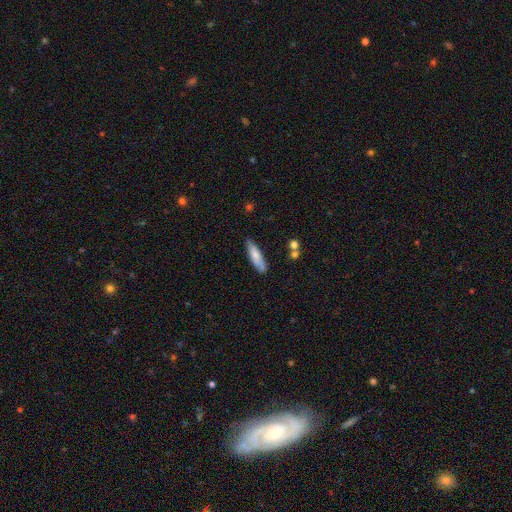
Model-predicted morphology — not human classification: Smooth or featured: smooth — 72% (featured or disk — 22%)
How rounded: cigar-shaped — 67% (in between — 32%)
Merging: none — 76% (minor disturbance — 17%)